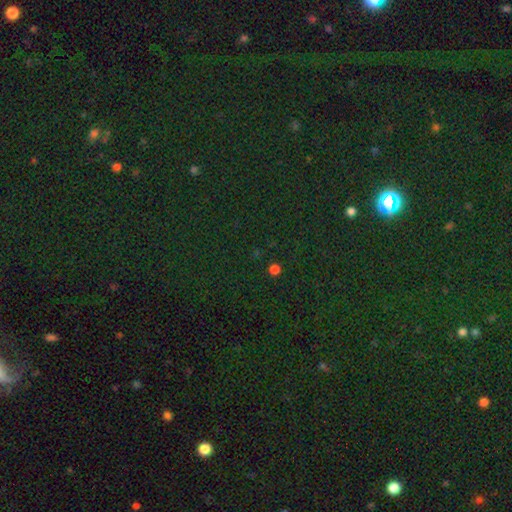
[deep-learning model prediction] This appears to be a star or artifact, not a galaxy (78%).